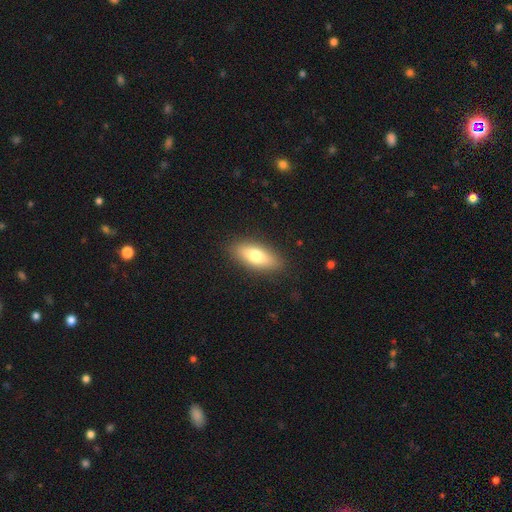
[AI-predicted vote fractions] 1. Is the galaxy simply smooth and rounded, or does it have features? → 75% smooth, 18% featured or disk, 7% star or artifact.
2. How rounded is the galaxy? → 75% in between, 22% cigar-shaped, 3% round.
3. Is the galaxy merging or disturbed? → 87% none, 10% minor disturbance, 3% major disturbance, 1% merger.